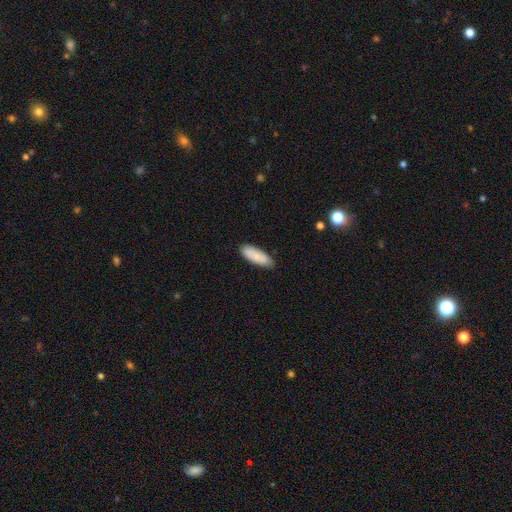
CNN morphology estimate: Q: Smooth or featured?
A: smooth (83%); runner-up: featured or disk (11%)
Q: How rounded?
A: in between (69%); runner-up: cigar-shaped (29%)
Q: Merging?
A: none (81%); runner-up: minor disturbance (15%)